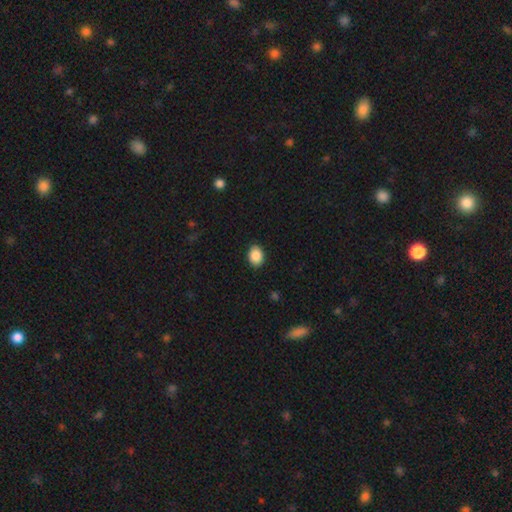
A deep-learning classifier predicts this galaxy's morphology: Smooth or featured: smooth — 89% (star or artifact — 7%)
How rounded: in between — 70% (round — 29%)
Merging: none — 89% (minor disturbance — 8%)